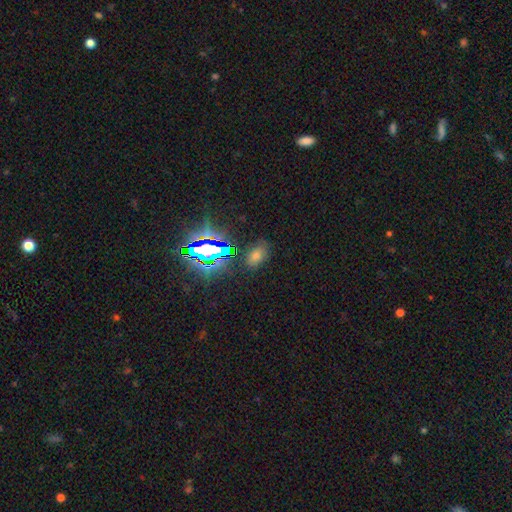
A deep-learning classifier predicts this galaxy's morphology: A smooth galaxy with no disk features (48%). Merging: none (82%).